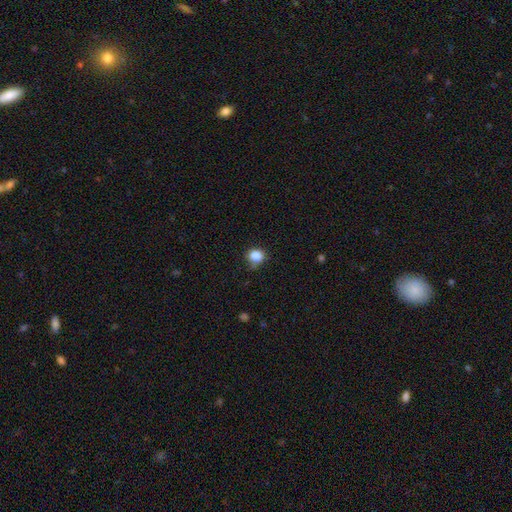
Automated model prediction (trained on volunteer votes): smooth-or-featured: smooth: 86% | star or artifact: 11% | featured or disk: 4%
  how-rounded: round: 74% | in between: 25% | cigar-shaped: 1%
  merging: none: 72% | minor disturbance: 21% | major disturbance: 5% | merger: 2%